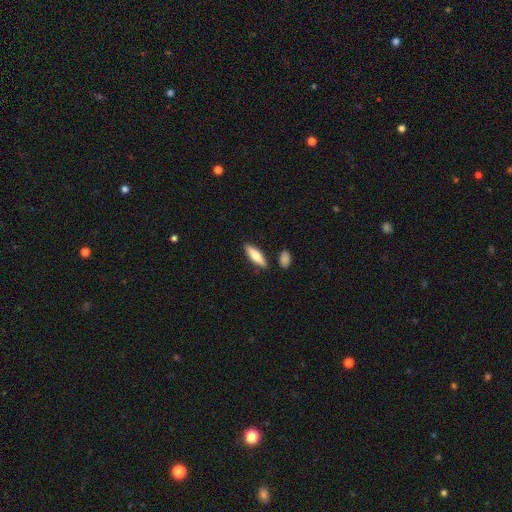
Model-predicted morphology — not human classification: smooth-or-featured: smooth: 68% | featured or disk: 27% | star or artifact: 6%
  how-rounded: cigar-shaped: 56% | in between: 42% | round: 2%
  merging: none: 84% | minor disturbance: 9% | merger: 4% | major disturbance: 2%